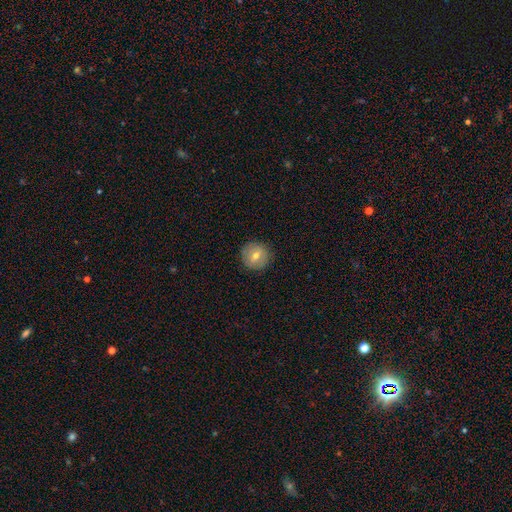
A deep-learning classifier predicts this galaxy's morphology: Smooth or featured? smooth (60%)
How rounded? round (93%)
Merging? none (88%)